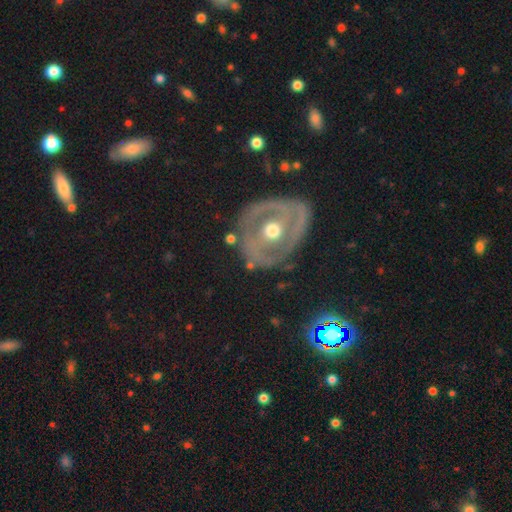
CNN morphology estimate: The model was most divided on "spiral arms": no: 62%, yes: 38%. More confident: edge-on disk — no (94%); bulge size — moderate (80%); merging — none (72%); smooth or featured — featured or disk (69%); bar — no (68%).